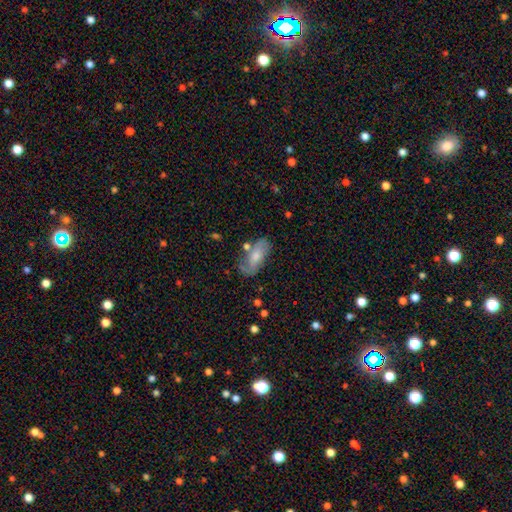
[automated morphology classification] A smooth galaxy with no disk features (50%) that is in between round and cigar-shaped (87%). Merging: none (57%).